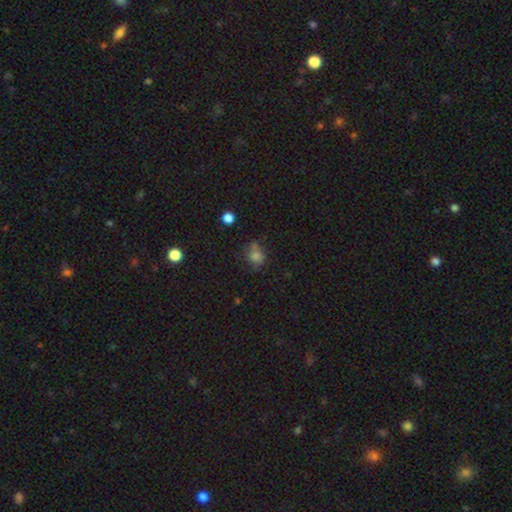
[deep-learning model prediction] Q: Smooth or featured?
A: smooth (74%); runner-up: star or artifact (17%)
Q: How rounded?
A: round (64%); runner-up: in between (35%)
Q: Merging?
A: none (49%); runner-up: merger (21%)